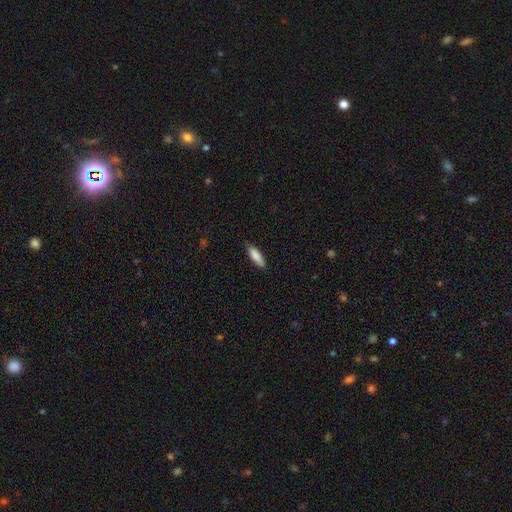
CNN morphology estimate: smooth 86%, featured or disk 8%, star or artifact 6%. Down the decision tree: how rounded — cigar-shaped (50%); merging — none (83%).